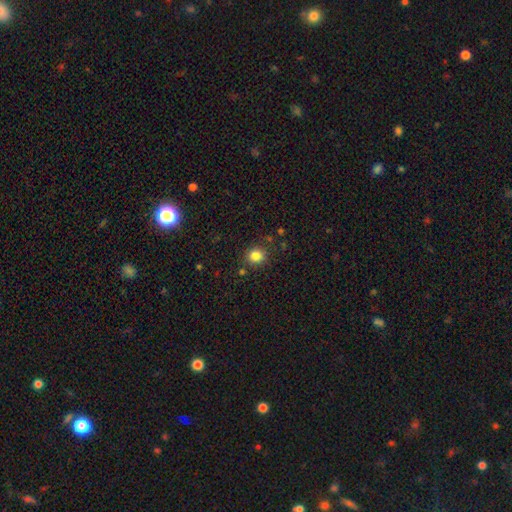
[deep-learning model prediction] A smooth galaxy with no disk features (83%) that is round (81%).

Vote fractions:
- Smooth or featured? smooth: 83% / star or artifact: 12% / featured or disk: 5%
- How rounded? round: 81% / in between: 18% / cigar-shaped: 1%
- Merging? none: 84% / minor disturbance: 9% / merger: 4% / major disturbance: 3%